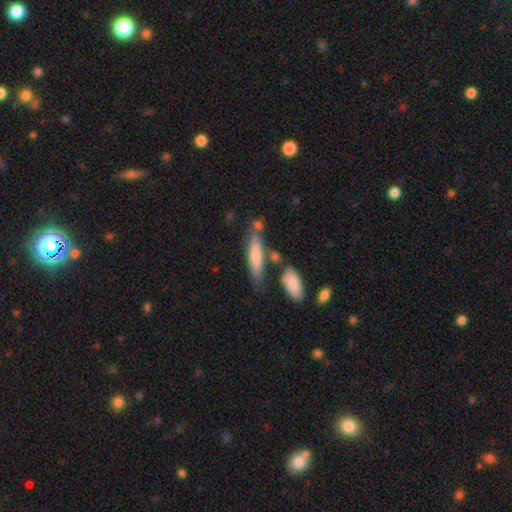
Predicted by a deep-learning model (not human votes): Smooth or featured? Predicted: smooth (p=0.69). How rounded? Predicted: cigar-shaped (p=0.79). Merging? Predicted: none (p=0.66).